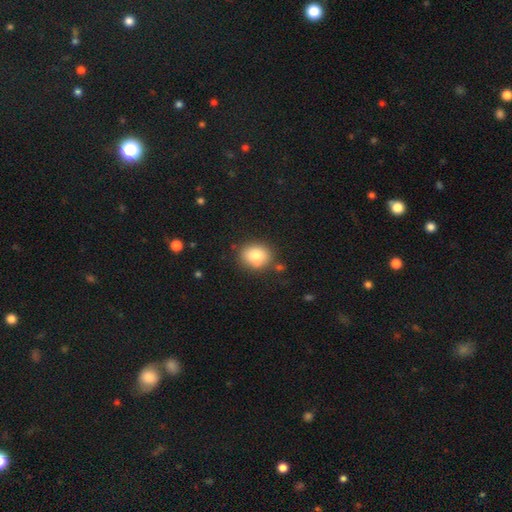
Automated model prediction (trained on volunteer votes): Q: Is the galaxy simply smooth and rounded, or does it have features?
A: smooth — 80%.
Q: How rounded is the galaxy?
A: round — 54%.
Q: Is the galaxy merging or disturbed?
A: none — 73%.